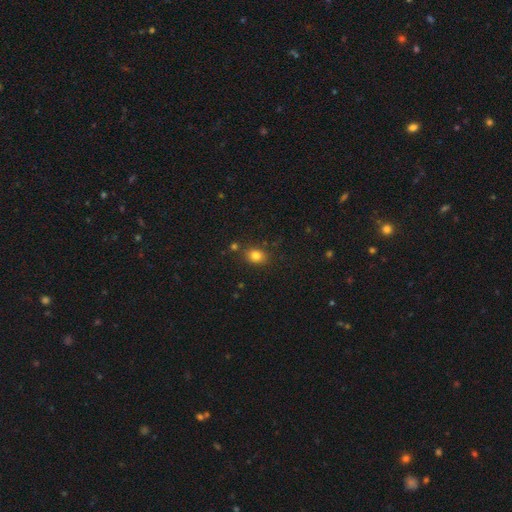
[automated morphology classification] smooth-or-featured: smooth: 81% | star or artifact: 12% | featured or disk: 7%
  how-rounded: in between: 58% | round: 41% | cigar-shaped: 1%
  merging: none: 80% | minor disturbance: 11% | merger: 6% | major disturbance: 3%